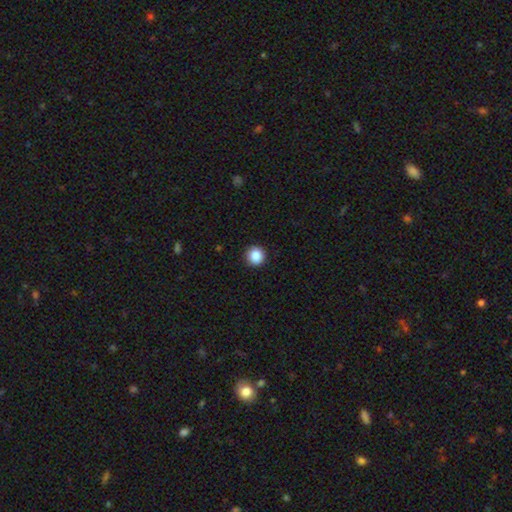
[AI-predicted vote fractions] smooth-or-featured: smooth: 87% | star or artifact: 10% | featured or disk: 3%
  how-rounded: round: 94% | in between: 5% | cigar-shaped: 1%
  merging: none: 92% | minor disturbance: 5% | major disturbance: 2% | merger: 1%